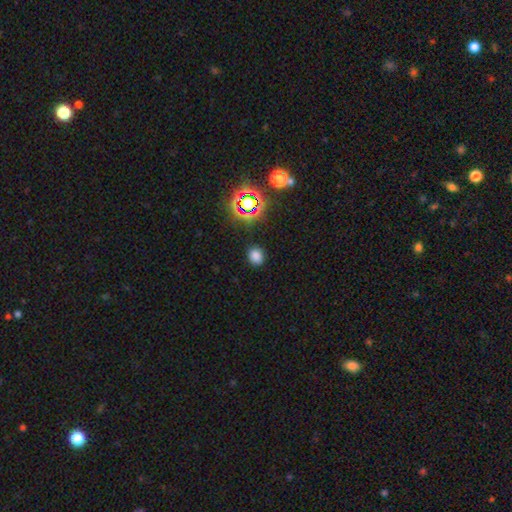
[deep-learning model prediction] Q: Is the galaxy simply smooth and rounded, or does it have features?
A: smooth — 74%.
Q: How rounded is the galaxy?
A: round — 59%.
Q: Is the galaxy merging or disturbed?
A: none — 86%.